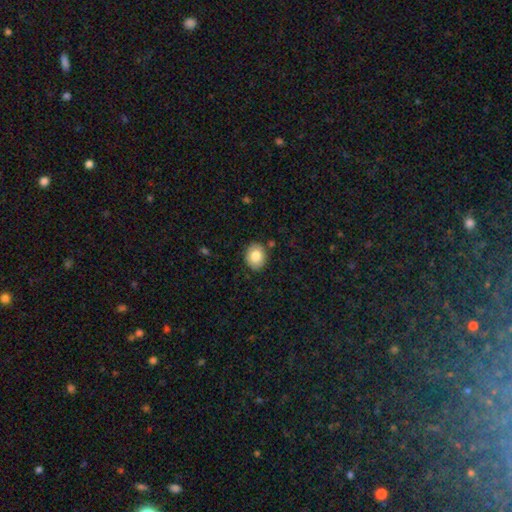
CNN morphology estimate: A smooth galaxy with no disk features (81%) that is round (56%).

Vote fractions:
- Smooth or featured? smooth: 81% / featured or disk: 11% / star or artifact: 8%
- How rounded? round: 56% / in between: 43% / cigar-shaped: 1%
- Merging? none: 87% / minor disturbance: 9% / major disturbance: 2% / merger: 2%